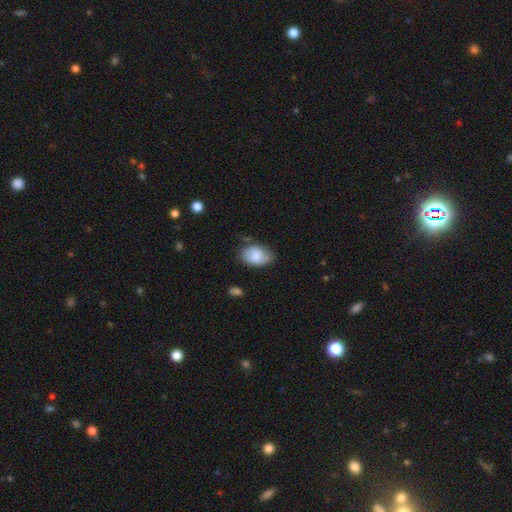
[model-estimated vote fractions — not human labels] Q: Smooth or featured?
A: smooth (77%); runner-up: featured or disk (16%)
Q: How rounded?
A: in between (85%); runner-up: round (14%)
Q: Merging?
A: none (62%); runner-up: minor disturbance (28%)